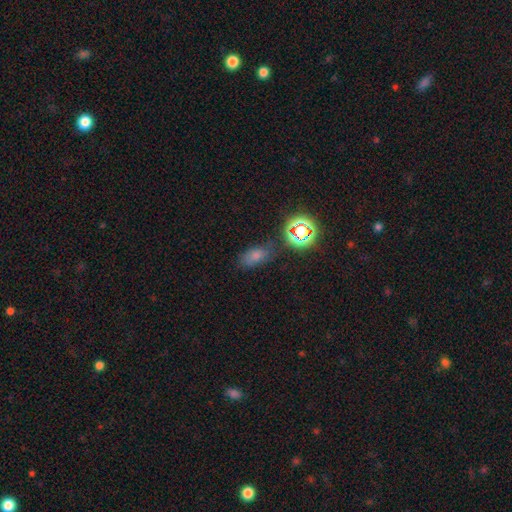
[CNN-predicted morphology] smooth-or-featured: smooth: 67% | star or artifact: 24% | featured or disk: 9%
  how-rounded: in between: 85% | round: 9% | cigar-shaped: 5%
  merging: none: 71% | minor disturbance: 18% | major disturbance: 5% | merger: 5%